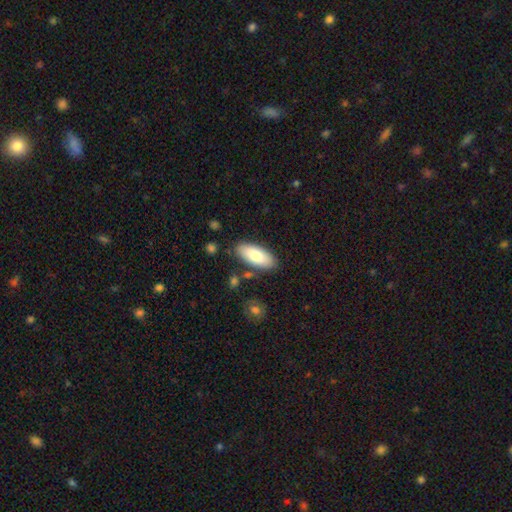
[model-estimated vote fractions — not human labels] Q: Smooth or featured?
A: smooth (78%); runner-up: featured or disk (16%)
Q: How rounded?
A: in between (83%); runner-up: cigar-shaped (15%)
Q: Merging?
A: none (83%); runner-up: minor disturbance (11%)